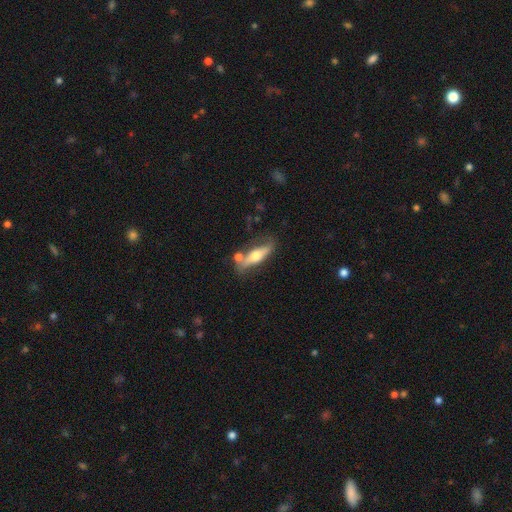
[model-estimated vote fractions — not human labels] featured or disk 51%, smooth 42%, star or artifact 6%. Down the decision tree: edge-on disk — yes (76%); merging — none (61%).